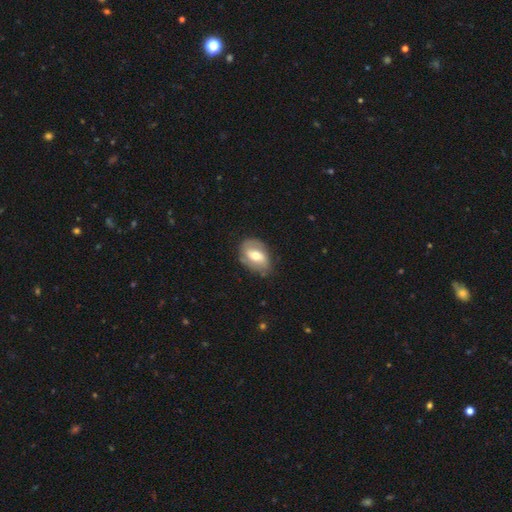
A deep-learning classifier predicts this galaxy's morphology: A featured or disk galaxy (55%) with a weak bar (44%), spiral arms (71%) and a moderate central bulge (69%).

Vote fractions:
- Smooth or featured? featured or disk: 55% / smooth: 39% / star or artifact: 6%
- Edge-on disk? no: 95% / yes: 5%
- Bar? weak: 44% / no: 31% / strong: 25%
- Spiral arms? yes: 71% / no: 29%
- Bulge size? moderate: 69% / small: 17% / large: 12% / none: 1% / dominant: 1%
- Merging? none: 72% / minor disturbance: 20% / major disturbance: 6% / merger: 1%